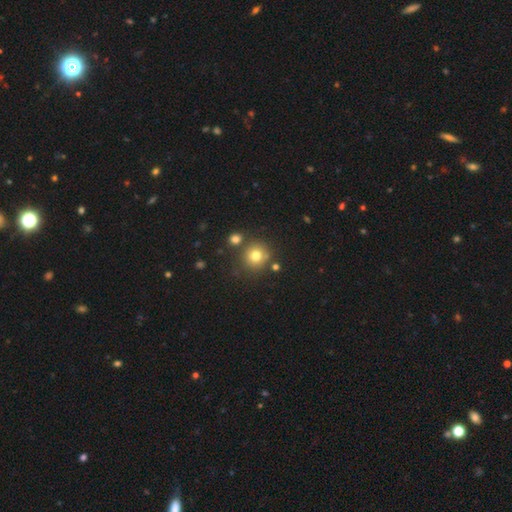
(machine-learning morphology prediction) smooth_or_featured: smooth (p=0.76) [alt: star or artifact p=0.14]
how_rounded: round (p=0.91) [alt: in between p=0.08]
merging: none (p=0.76) [alt: merger p=0.12]